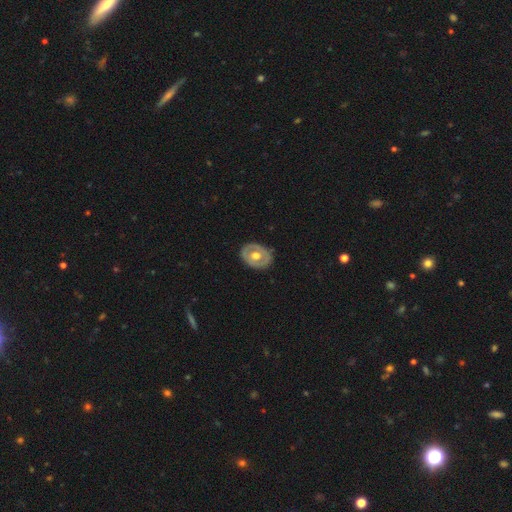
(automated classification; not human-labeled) Q: Smooth or featured?
A: featured or disk (55%); runner-up: smooth (40%)
Q: Edge-on disk?
A: no (93%); runner-up: yes (7%)
Q: Bar?
A: no (85%); runner-up: weak (11%)
Q: Spiral arms?
A: no (86%); runner-up: yes (14%)
Q: Bulge size?
A: moderate (67%); runner-up: large (26%)
Q: Merging?
A: none (83%); runner-up: minor disturbance (13%)